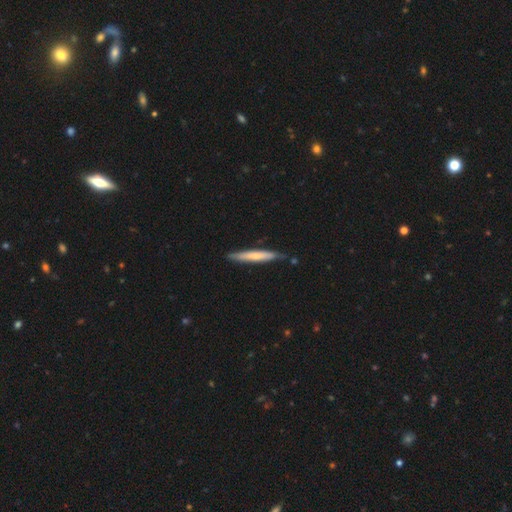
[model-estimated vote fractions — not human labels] smooth_or_featured: smooth (p=0.59) [alt: featured or disk p=0.36]
how_rounded: cigar-shaped (p=0.94) [alt: in between p=0.04]
merging: none (p=0.80) [alt: minor disturbance p=0.15]